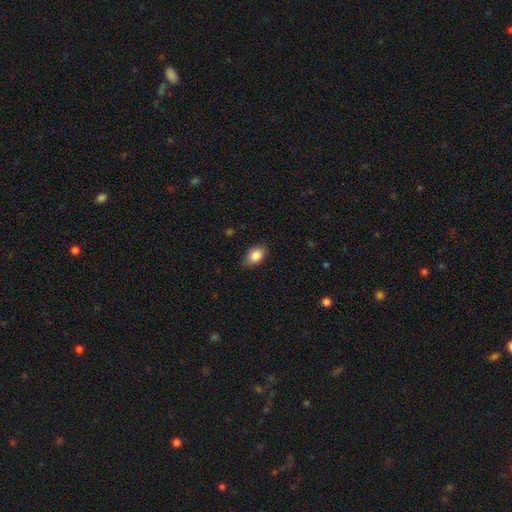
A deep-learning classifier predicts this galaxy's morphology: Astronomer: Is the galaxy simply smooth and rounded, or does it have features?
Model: smooth — 85%.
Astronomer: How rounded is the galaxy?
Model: in between — 85%.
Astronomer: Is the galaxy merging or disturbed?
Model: none — 78%.